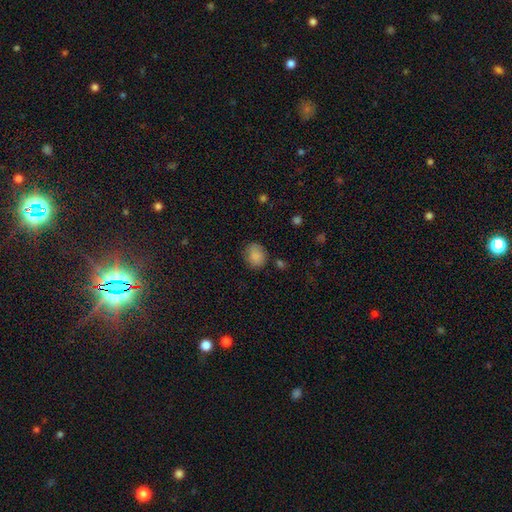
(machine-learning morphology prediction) Q: Smooth or featured?
A: smooth (82%); runner-up: featured or disk (9%)
Q: How rounded?
A: round (62%); runner-up: in between (37%)
Q: Merging?
A: none (77%); runner-up: minor disturbance (17%)